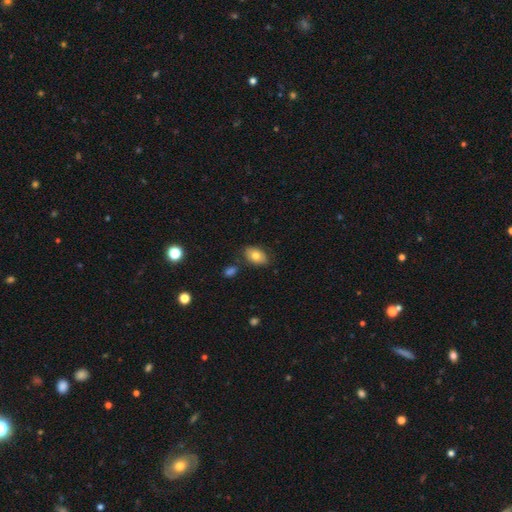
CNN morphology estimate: Q: Smooth or featured?
A: smooth (77%); runner-up: featured or disk (15%)
Q: How rounded?
A: in between (89%); runner-up: round (10%)
Q: Merging?
A: none (80%); runner-up: minor disturbance (14%)